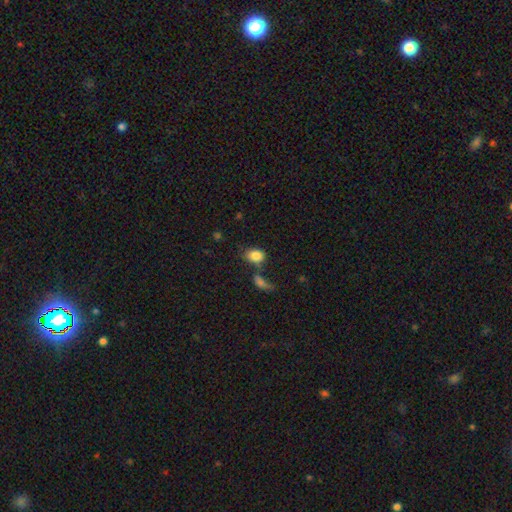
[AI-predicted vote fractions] A smooth galaxy with no disk features (84%) that is in between round and cigar-shaped (71%). Merging: none (53%).